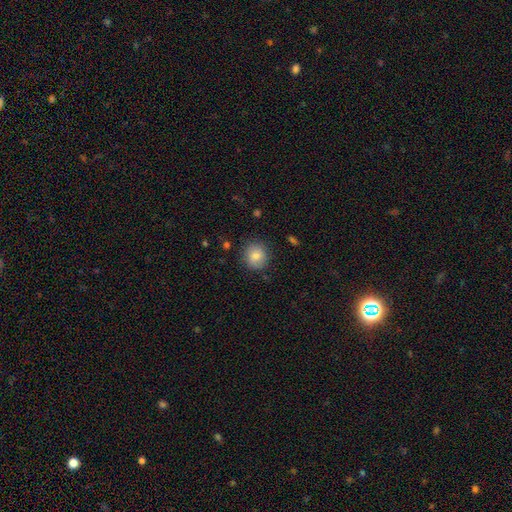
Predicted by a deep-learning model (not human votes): The model was most divided on "smooth or featured": smooth: 80%, featured or disk: 10%, star or artifact: 9%. More confident: how rounded — round (85%); merging — none (85%).